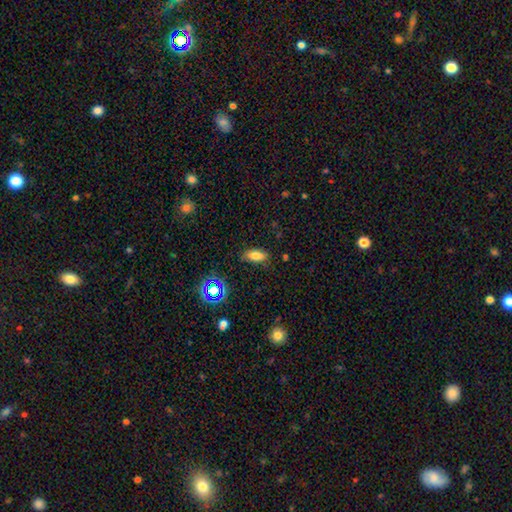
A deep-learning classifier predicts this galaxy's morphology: Q: Smooth or featured?
A: smooth (76%); runner-up: star or artifact (13%)
Q: How rounded?
A: in between (81%); runner-up: cigar-shaped (15%)
Q: Merging?
A: none (82%); runner-up: minor disturbance (13%)